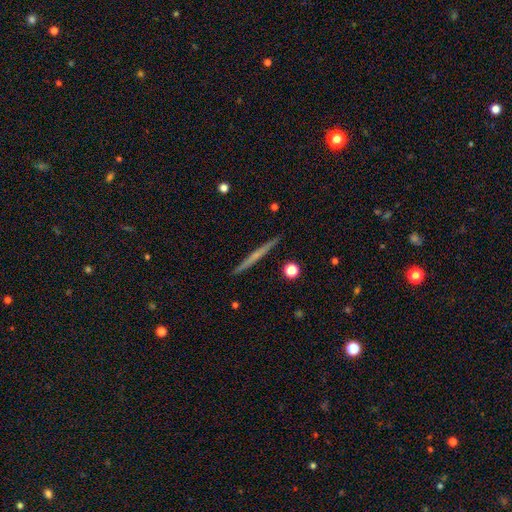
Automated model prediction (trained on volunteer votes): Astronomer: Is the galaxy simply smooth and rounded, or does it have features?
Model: featured or disk — 56% (runner-up: smooth, 38%).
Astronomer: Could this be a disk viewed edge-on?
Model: yes — 98%.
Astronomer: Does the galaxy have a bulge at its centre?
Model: none — 77%.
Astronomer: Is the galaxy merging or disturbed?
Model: none — 92%.